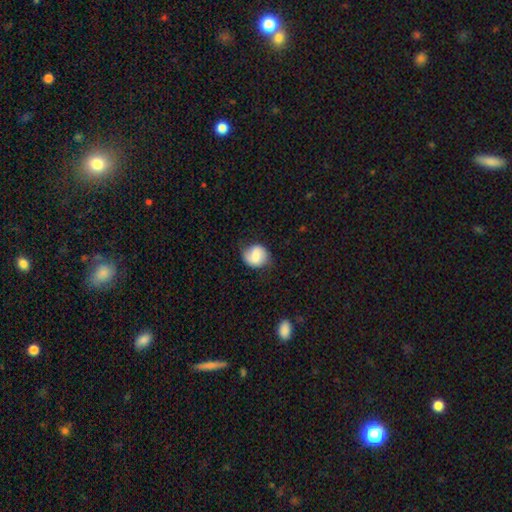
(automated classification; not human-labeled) smooth 61%, featured or disk 32%, star or artifact 8%. Down the decision tree: how rounded — round (74%); merging — none (72%).